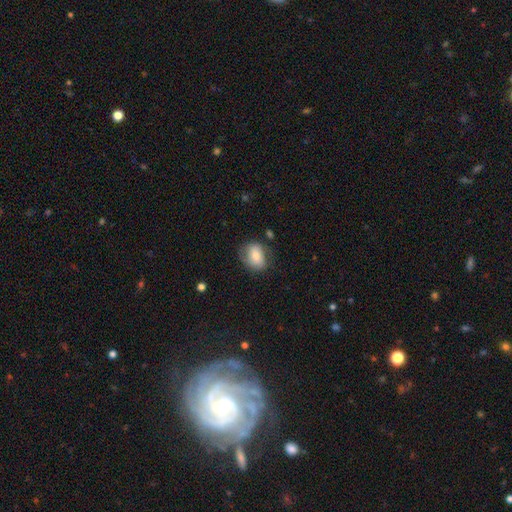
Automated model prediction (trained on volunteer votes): smooth 68%, featured or disk 24%, star or artifact 8%. Down the decision tree: how rounded — in between (59%); merging — none (66%).